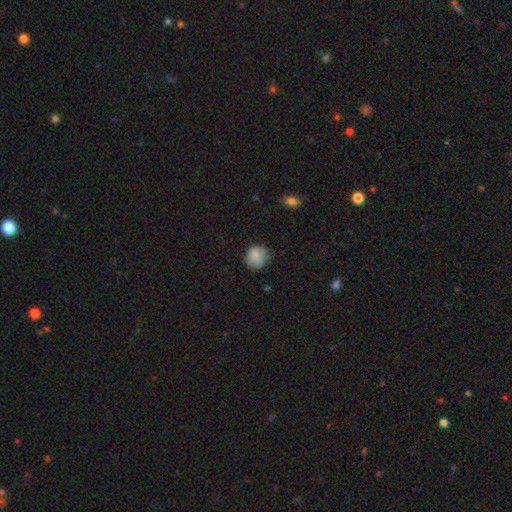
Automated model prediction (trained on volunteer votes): smooth 87%, star or artifact 8%, featured or disk 5%. Down the decision tree: how rounded — round (85%); merging — none (75%).